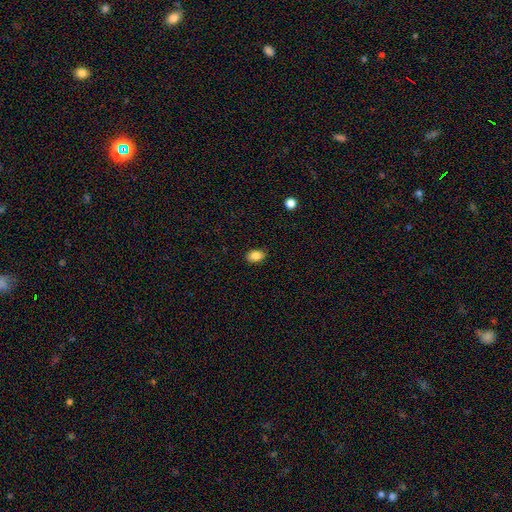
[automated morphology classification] smooth-or-featured: smooth: 86% | star or artifact: 9% | featured or disk: 5%
  how-rounded: in between: 83% | round: 16% | cigar-shaped: 1%
  merging: none: 87% | minor disturbance: 10% | major disturbance: 2% | merger: 1%